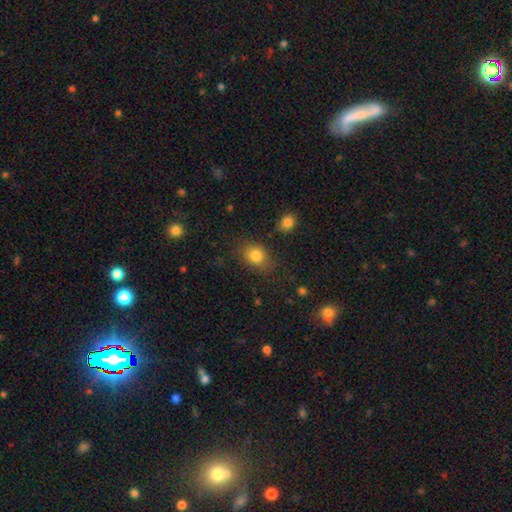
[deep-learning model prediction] Smooth or featured? Predicted: smooth (p=0.82). How rounded? Predicted: in between (p=0.62). Merging? Predicted: none (p=0.74).